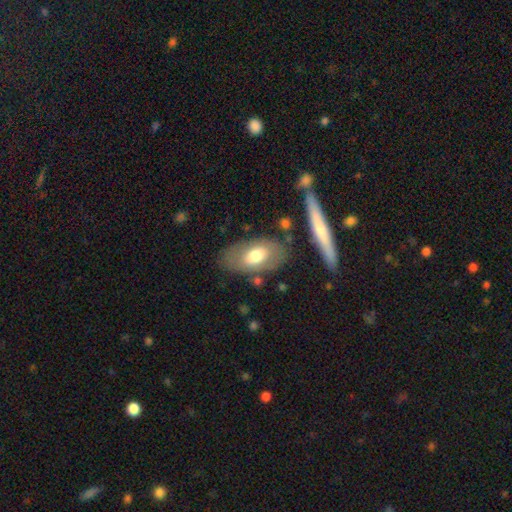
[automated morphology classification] This is likely a smooth galaxy (62%). How rounded: clearly in between (91%). Merging: likely none (72%).